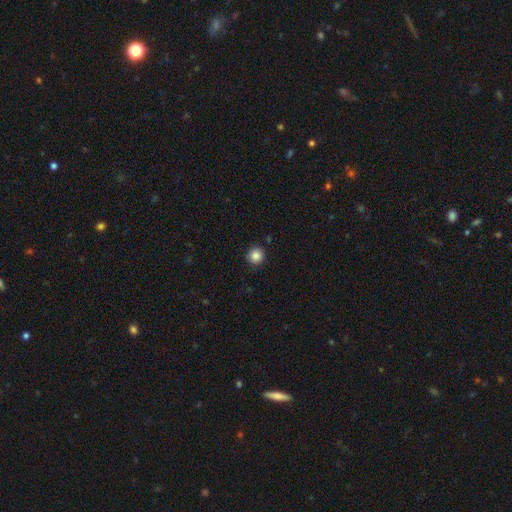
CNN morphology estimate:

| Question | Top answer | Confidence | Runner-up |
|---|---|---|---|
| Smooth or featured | smooth | 85% | star or artifact (10%) |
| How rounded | round | 93% | in between (6%) |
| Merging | none | 90% | minor disturbance (7%) |